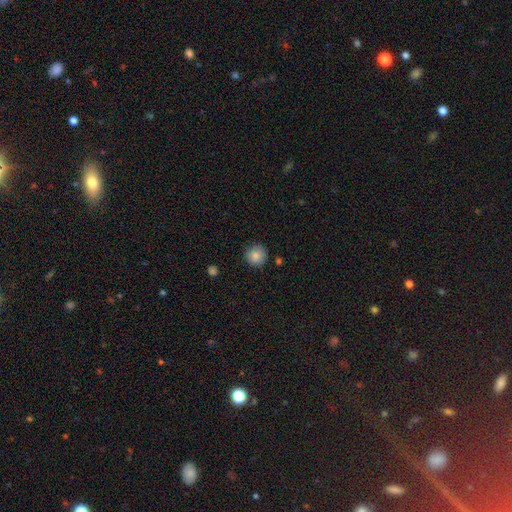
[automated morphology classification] Overall: smooth (85%). How rounded: round (94%). Merging: none (87%).